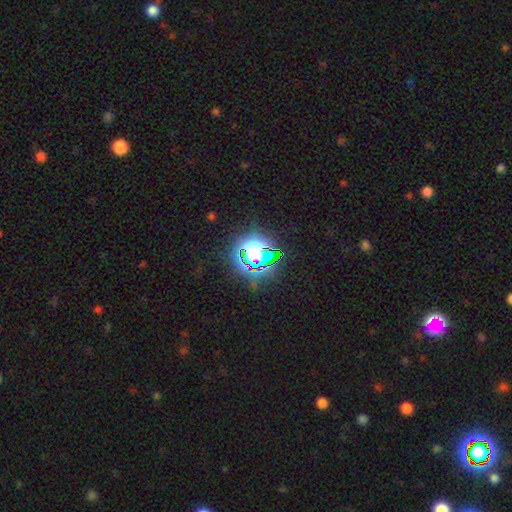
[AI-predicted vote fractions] Smooth or featured? Predicted: star or artifact (p=0.68).